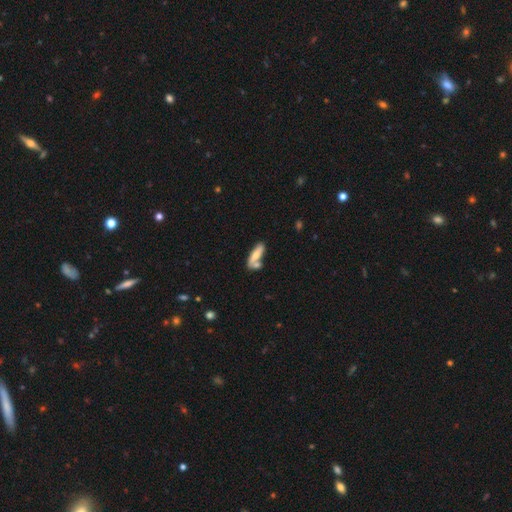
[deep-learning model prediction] The model was most divided on "how rounded": in between: 51%, cigar-shaped: 46%, round: 3%. Remaining: smooth or featured — smooth (62%); merging — none (48%).